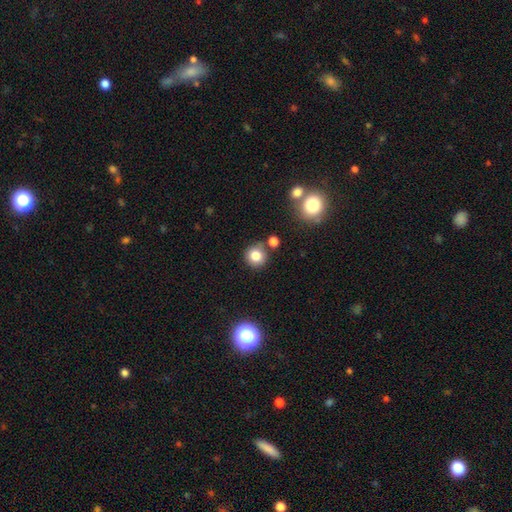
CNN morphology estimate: Q: Smooth or featured?
A: smooth (81%); runner-up: star or artifact (12%)
Q: How rounded?
A: round (90%); runner-up: in between (9%)
Q: Merging?
A: none (77%); runner-up: minor disturbance (11%)